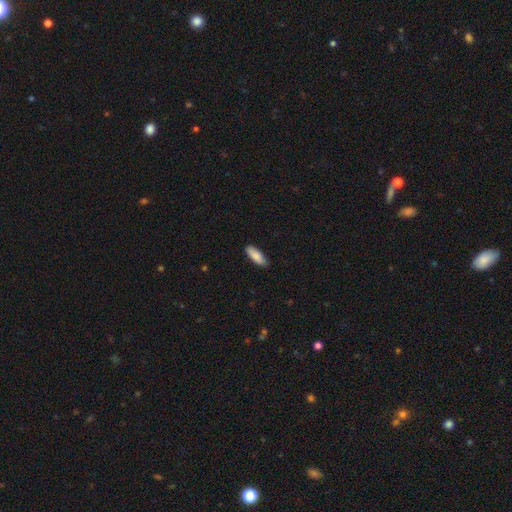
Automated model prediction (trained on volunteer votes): The model was most divided on "how rounded": in between: 59%, cigar-shaped: 39%, round: 2%. More confident: smooth or featured — smooth (87%); merging — none (86%).